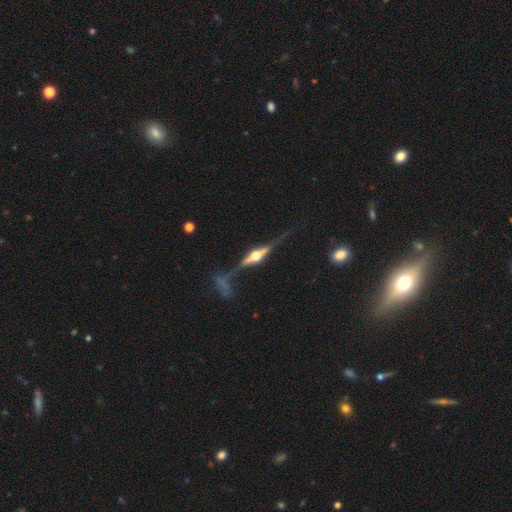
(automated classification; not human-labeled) Smooth or featured? Predicted: featured or disk (p=0.85). Edge-on disk? Predicted: yes (p=0.94). Edge-on bulge? Predicted: rounded (p=0.94). Merging? Predicted: none (p=0.64).